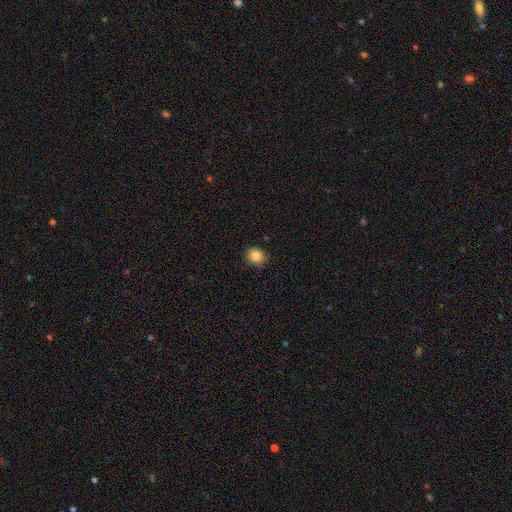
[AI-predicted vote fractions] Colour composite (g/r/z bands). It shows a smooth galaxy with no disk features (84%) that is round (71%). Merging: none (85%).